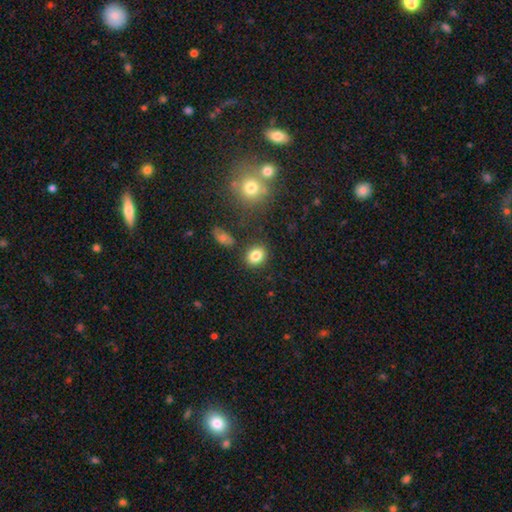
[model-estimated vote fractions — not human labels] A smooth galaxy with no disk features (83%) that is round (56%).

Vote fractions:
- Smooth or featured? smooth: 83% / star or artifact: 10% / featured or disk: 7%
- How rounded? round: 56% / in between: 43% / cigar-shaped: 1%
- Merging? none: 84% / minor disturbance: 9% / merger: 4% / major disturbance: 3%